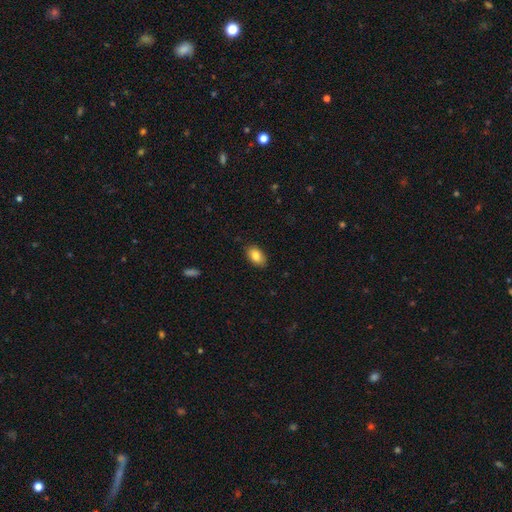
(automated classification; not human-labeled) Smooth or featured: smooth — 85% (featured or disk — 8%)
How rounded: in between — 91% (round — 8%)
Merging: none — 86% (minor disturbance — 11%)